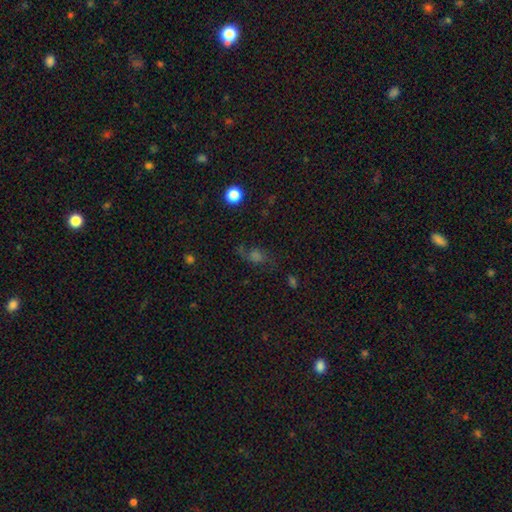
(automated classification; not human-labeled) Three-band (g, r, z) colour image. It shows a smooth galaxy with no disk features (41%). Merging: none (59%).